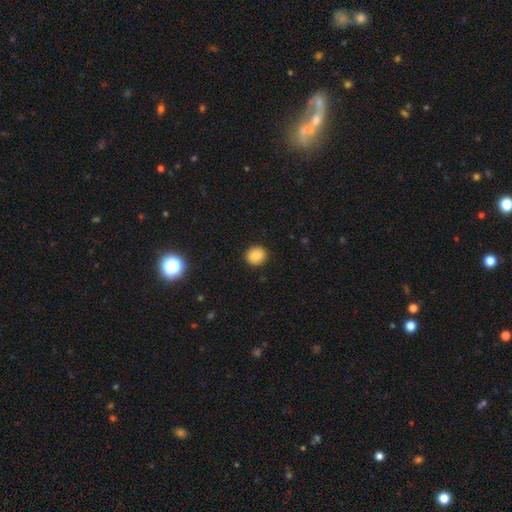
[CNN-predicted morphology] This is clearly a smooth galaxy (85%). How rounded: clearly round (88%). Merging: clearly none (91%).